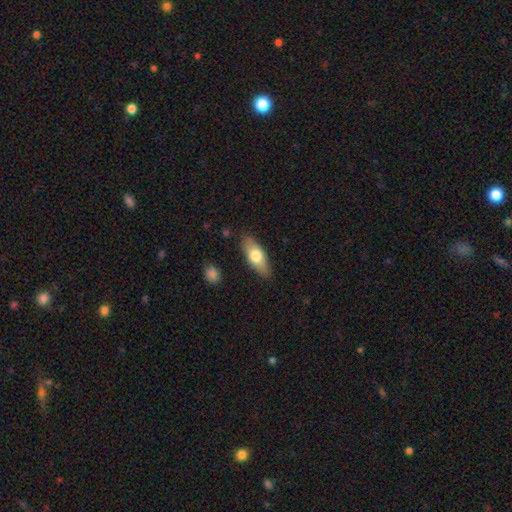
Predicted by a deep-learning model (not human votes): Q: Smooth or featured?
A: smooth (68%); runner-up: featured or disk (26%)
Q: How rounded?
A: in between (75%); runner-up: cigar-shaped (22%)
Q: Merging?
A: none (85%); runner-up: minor disturbance (11%)